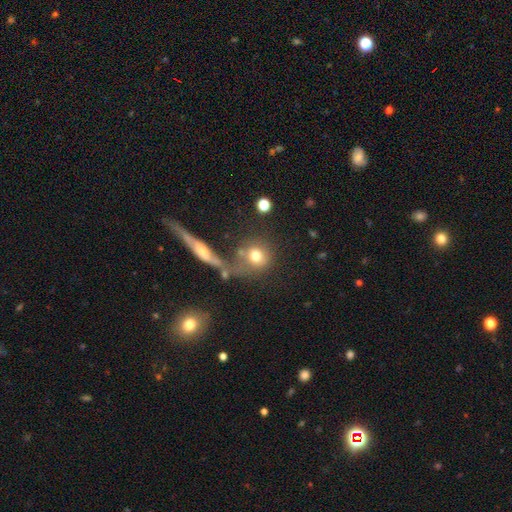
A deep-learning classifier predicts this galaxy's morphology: A smooth galaxy with no disk features (73%) that is round (82%).

Vote fractions:
- Smooth or featured? smooth: 73% / featured or disk: 16% / star or artifact: 12%
- How rounded? round: 82% / in between: 15% / cigar-shaped: 3%
- Merging? none: 50% / merger: 27% / minor disturbance: 12% / major disturbance: 10%